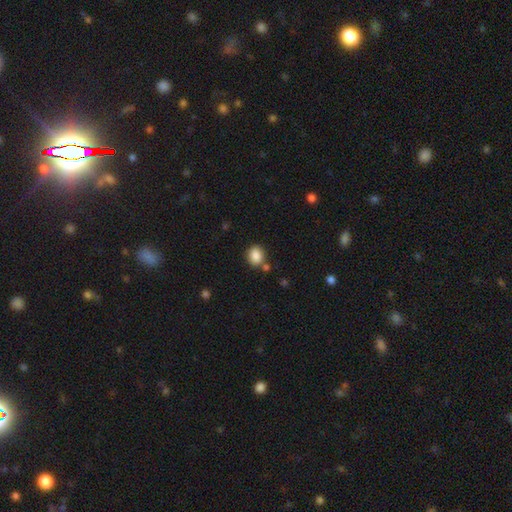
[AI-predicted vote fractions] This is clearly a smooth galaxy (87%). How rounded: possibly round (57%). Merging: likely none (74%).